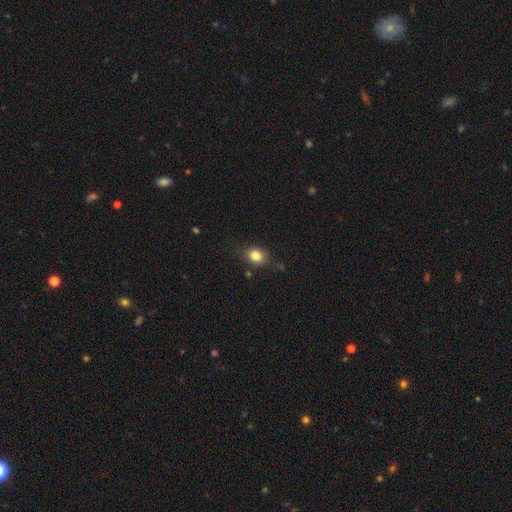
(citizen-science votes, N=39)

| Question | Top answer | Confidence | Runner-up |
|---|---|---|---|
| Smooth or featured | smooth | 87% | star or artifact (8%) |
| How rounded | in between | 62% | round (38%) |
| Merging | none | 89% | minor disturbance (11%) |